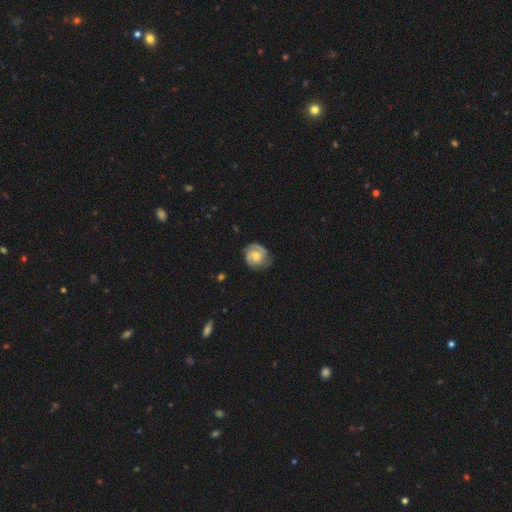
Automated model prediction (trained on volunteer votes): smooth_or_featured: featured or disk (p=0.67) [alt: smooth p=0.26]
disk_edge_on: no (p=0.98) [alt: yes p=0.02]
bar: no (p=0.69) [alt: weak p=0.27]
has_spiral_arms: yes (p=0.93) [alt: no p=0.07]
spiral_winding: tight (p=0.54) [alt: medium p=0.36]
spiral_arm_count: 2 (p=0.40) [alt: 3 p=0.29]
bulge_size: moderate (p=0.60) [alt: small p=0.25]
merging: none (p=0.74) [alt: minor disturbance p=0.19]